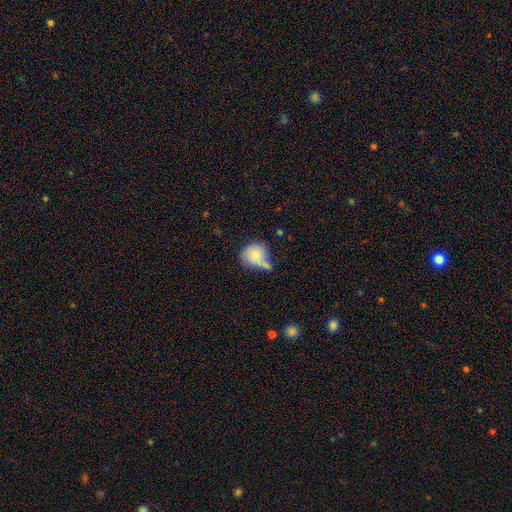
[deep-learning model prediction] Q: Smooth or featured?
A: smooth (73%); runner-up: featured or disk (20%)
Q: How rounded?
A: round (79%); runner-up: in between (20%)
Q: Merging?
A: none (39%); runner-up: merger (26%)